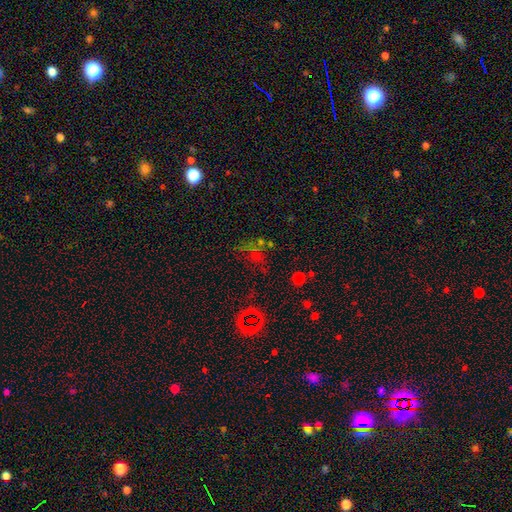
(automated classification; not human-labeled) Smooth or featured?
  - star or artifact: 52% *
  - smooth: 32%
  - featured or disk: 16%